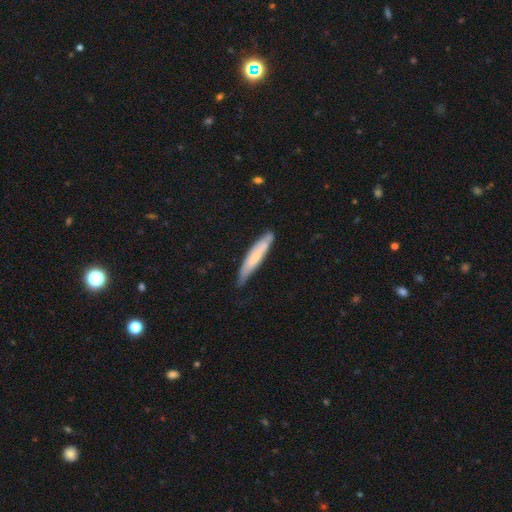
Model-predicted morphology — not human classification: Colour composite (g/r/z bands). It shows a smooth galaxy with no disk features (59%) that is cigar-shaped (89%). Merging: none (71%).